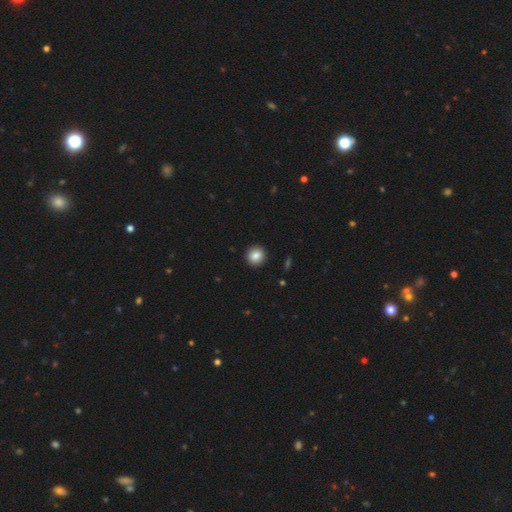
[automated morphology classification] type=smooth (86%); roundness=round (91%); merging=none (93%).